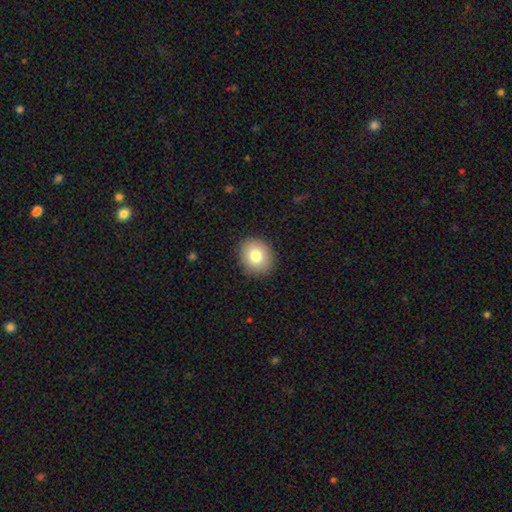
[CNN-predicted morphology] A smooth galaxy with no disk features (80%) that is round (69%). Merging: none (89%).